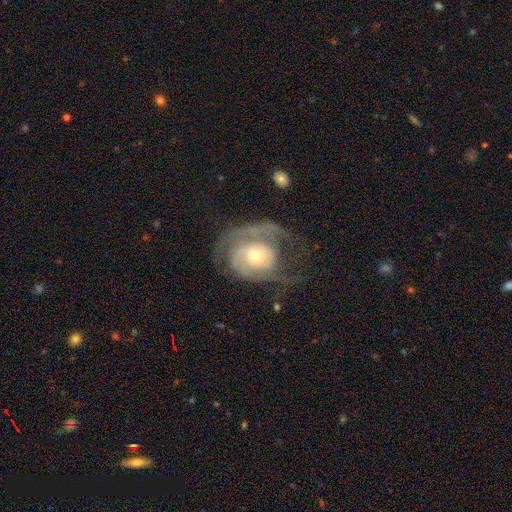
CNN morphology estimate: Overall: featured or disk (80%). Edge-on disk: no (97%). Bar: no (77%). Spiral arms: yes (85%). Spiral arm count: 2 (38%; can't tell 30%). Spiral winding: tight (52%; medium 33%). Bulge size: small (52%; moderate 41%). Merging: none (42%; major disturbance 35%).